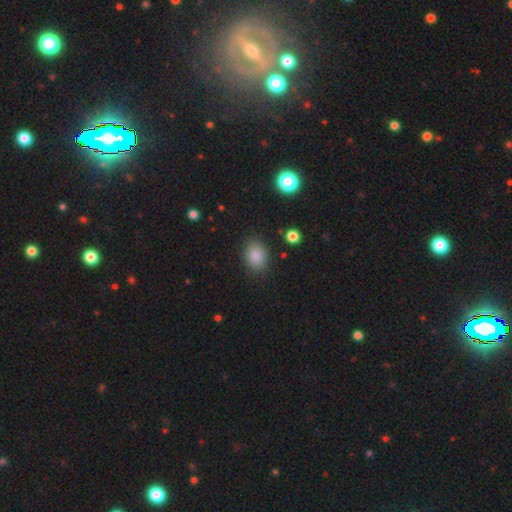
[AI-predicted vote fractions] Q: Smooth or featured?
A: smooth (86%); runner-up: star or artifact (10%)
Q: How rounded?
A: in between (64%); runner-up: round (35%)
Q: Merging?
A: none (84%); runner-up: minor disturbance (11%)